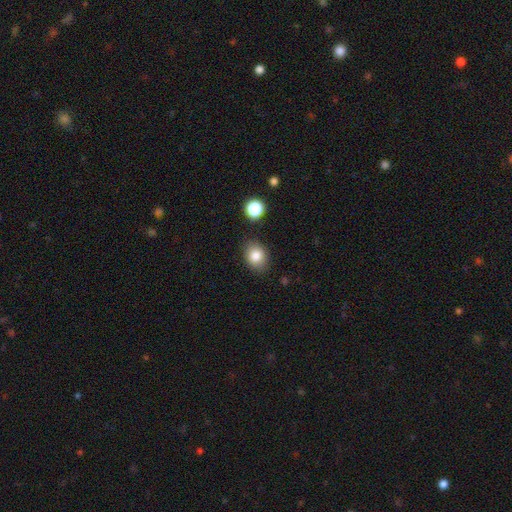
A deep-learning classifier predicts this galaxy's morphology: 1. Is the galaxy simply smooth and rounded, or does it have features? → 83% smooth, 10% star or artifact, 7% featured or disk.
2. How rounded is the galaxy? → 55% in between, 44% round, 1% cigar-shaped.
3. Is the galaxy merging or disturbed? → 83% none, 12% minor disturbance, 3% merger, 3% major disturbance.